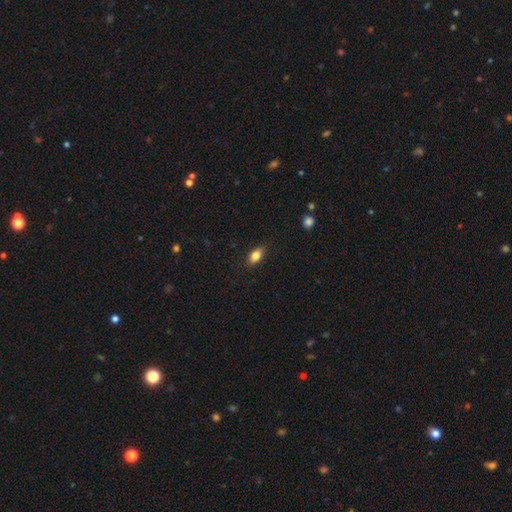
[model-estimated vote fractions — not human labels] This is clearly a smooth galaxy (81%). How rounded: clearly in between (86%). Merging: clearly none (84%).